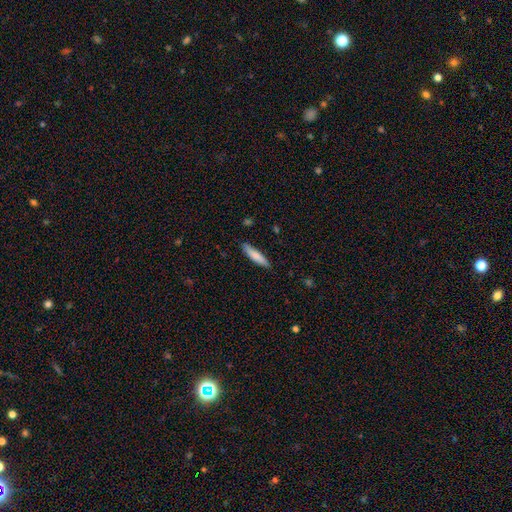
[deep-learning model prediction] A smooth galaxy with no disk features (81%) that is cigar-shaped (82%).

Vote fractions:
- Smooth or featured? smooth: 81% / featured or disk: 14% / star or artifact: 5%
- How rounded? cigar-shaped: 82% / in between: 17% / round: 1%
- Merging? none: 87% / minor disturbance: 10% / major disturbance: 2% / merger: 1%